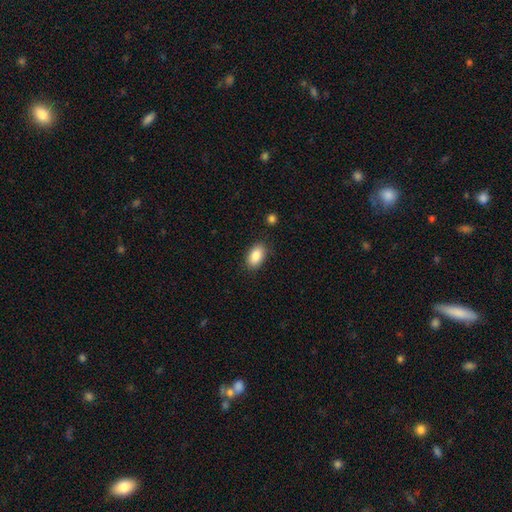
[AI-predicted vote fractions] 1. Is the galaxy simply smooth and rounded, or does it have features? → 87% smooth, 7% star or artifact, 6% featured or disk.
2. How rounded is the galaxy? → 92% in between, 7% round, 2% cigar-shaped.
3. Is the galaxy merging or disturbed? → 87% none, 10% minor disturbance, 2% major disturbance, 2% merger.